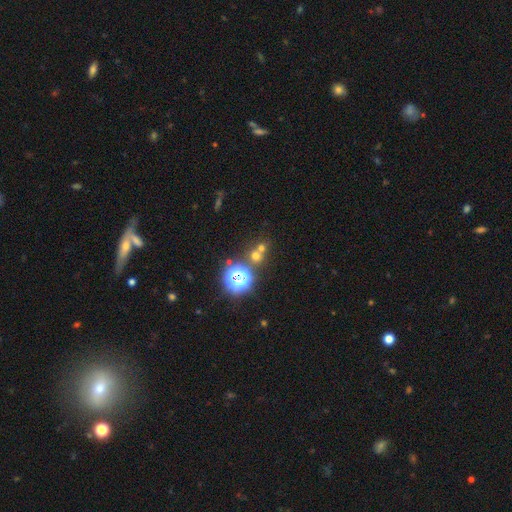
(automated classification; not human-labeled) This appears to be a smooth galaxy with no disk features (52%) that is round (87%). Merging: none (56%).